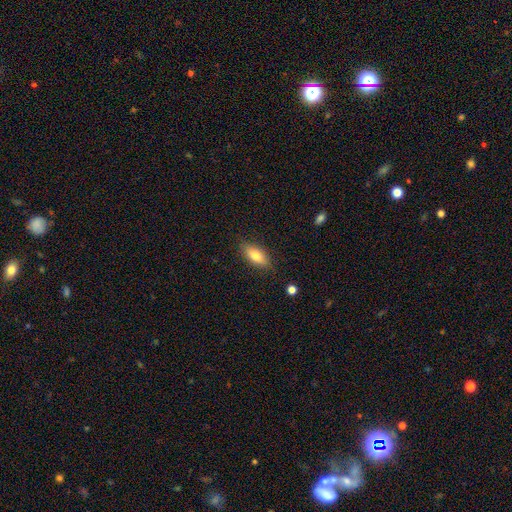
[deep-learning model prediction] A smooth galaxy with no disk features (76%) that is in between round and cigar-shaped (78%).

Vote fractions:
- Smooth or featured? smooth: 76% / featured or disk: 17% / star or artifact: 7%
- How rounded? in between: 78% / cigar-shaped: 19% / round: 3%
- Merging? none: 84% / minor disturbance: 12% / major disturbance: 3% / merger: 1%